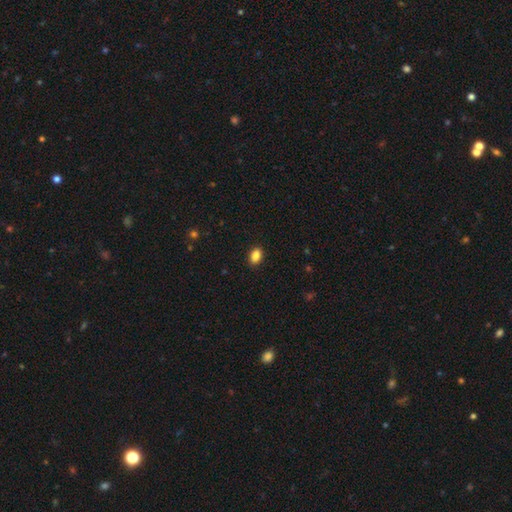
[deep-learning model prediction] Smooth or featured? smooth (87%)
How rounded? in between (82%)
Merging? none (90%)